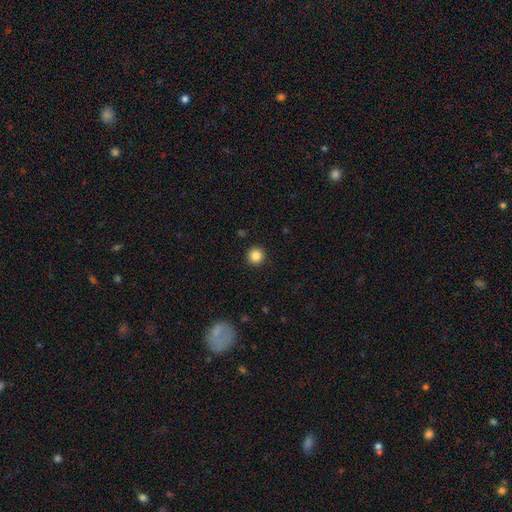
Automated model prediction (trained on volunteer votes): Overall: smooth (86%). How rounded: round (95%). Merging: none (93%).